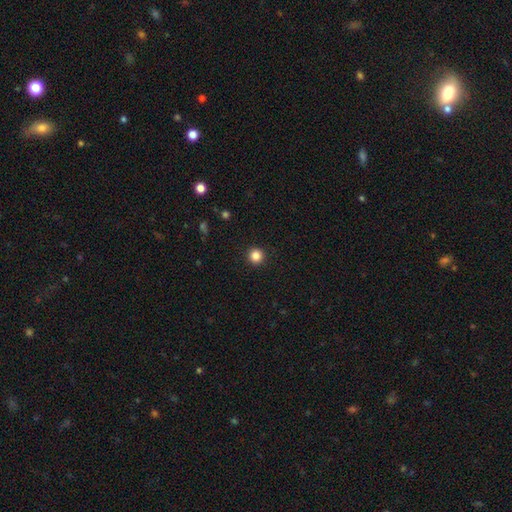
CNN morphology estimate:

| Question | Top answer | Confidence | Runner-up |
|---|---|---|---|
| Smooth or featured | smooth | 86% | star or artifact (11%) |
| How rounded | round | 95% | in between (4%) |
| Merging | none | 93% | minor disturbance (5%) |